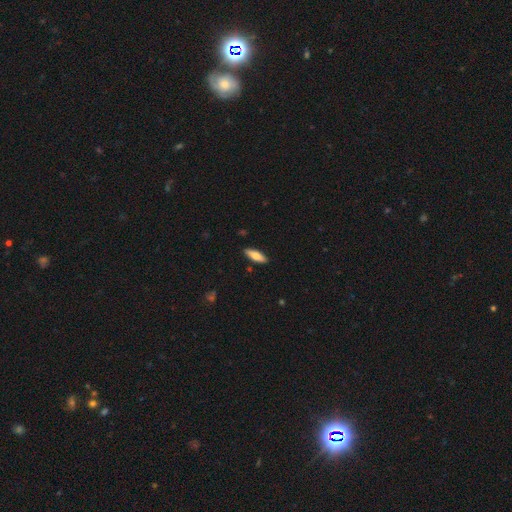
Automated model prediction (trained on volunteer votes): smooth-or-featured: smooth: 69% | featured or disk: 26% | star or artifact: 6%
  how-rounded: in between: 55% | cigar-shaped: 43% | round: 2%
  merging: none: 89% | minor disturbance: 8% | major disturbance: 2% | merger: 1%